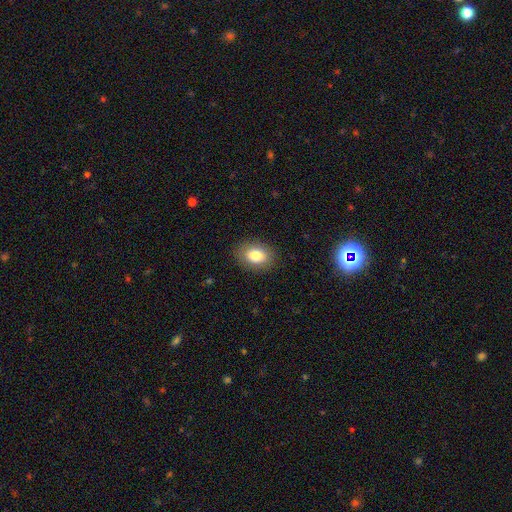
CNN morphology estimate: smooth-or-featured: smooth: 81% | featured or disk: 10% | star or artifact: 9%
  how-rounded: in between: 73% | round: 26% | cigar-shaped: 1%
  merging: none: 87% | minor disturbance: 9% | major disturbance: 3% | merger: 1%